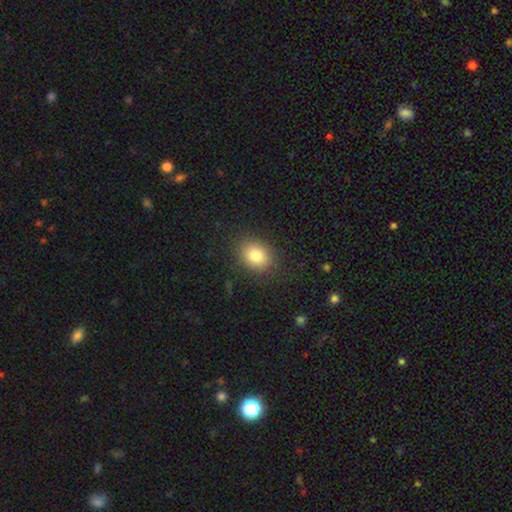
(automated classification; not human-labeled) smooth 83%, star or artifact 9%, featured or disk 8%. Down the decision tree: how rounded — in between (53%); merging — none (85%).